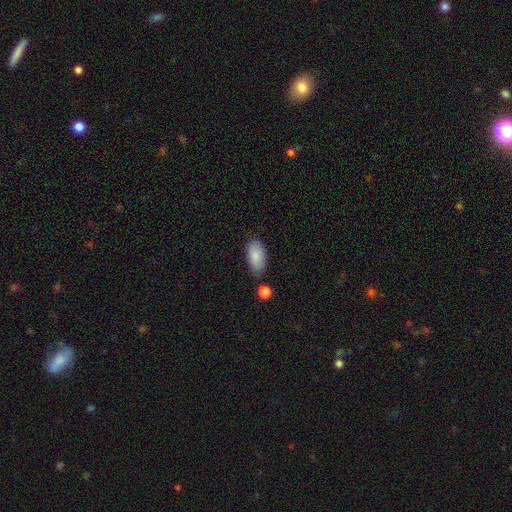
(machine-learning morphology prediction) The model was most divided on "merging": none: 74%, minor disturbance: 18%, merger: 5%, major disturbance: 4%. More confident: how rounded — in between (93%); smooth or featured — smooth (86%).